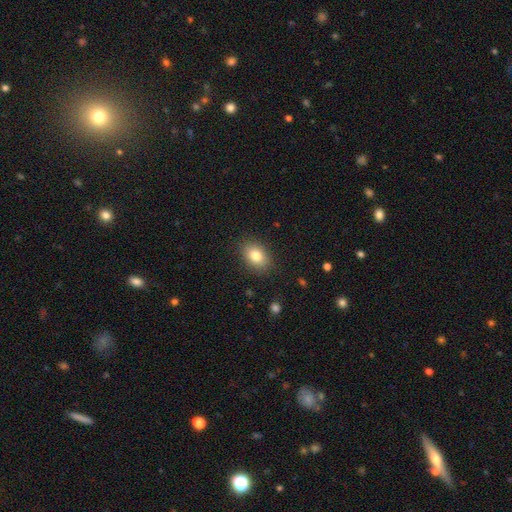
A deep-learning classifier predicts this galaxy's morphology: Overall: smooth (82%). How rounded: in between (79%). Merging: none (87%).